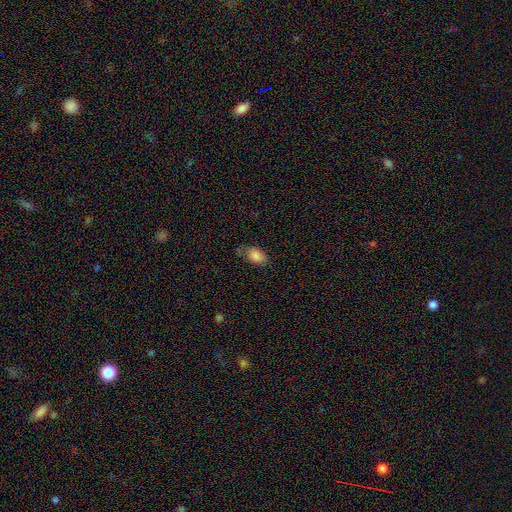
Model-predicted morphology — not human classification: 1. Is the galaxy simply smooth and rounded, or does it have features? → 86% smooth, 8% star or artifact, 6% featured or disk.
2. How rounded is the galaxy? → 90% in between, 9% round, 2% cigar-shaped.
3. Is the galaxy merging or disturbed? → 65% none, 25% minor disturbance, 6% major disturbance, 4% merger.